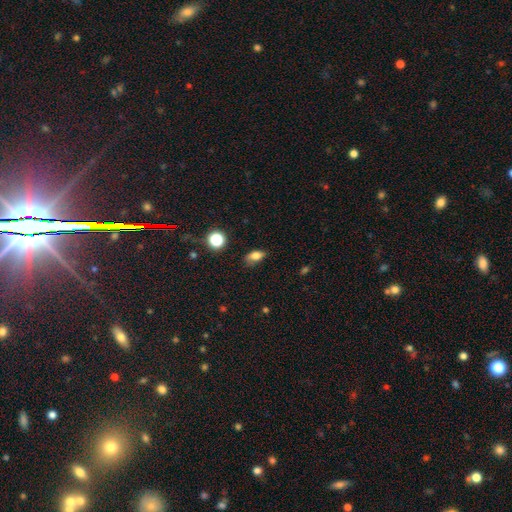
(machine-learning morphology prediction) The model was most divided on "merging": none: 70%, minor disturbance: 22%, major disturbance: 5%, merger: 2%. More confident: how rounded — in between (82%); smooth or featured — smooth (79%).